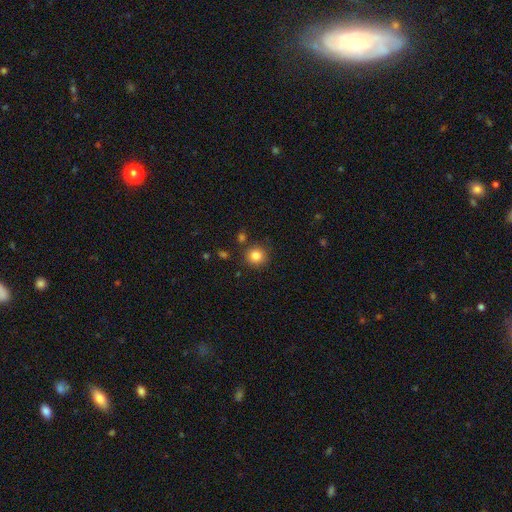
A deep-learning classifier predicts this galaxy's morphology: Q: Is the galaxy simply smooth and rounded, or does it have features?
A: smooth — 84%.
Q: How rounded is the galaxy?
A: round — 92%.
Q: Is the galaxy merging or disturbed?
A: none — 85%.